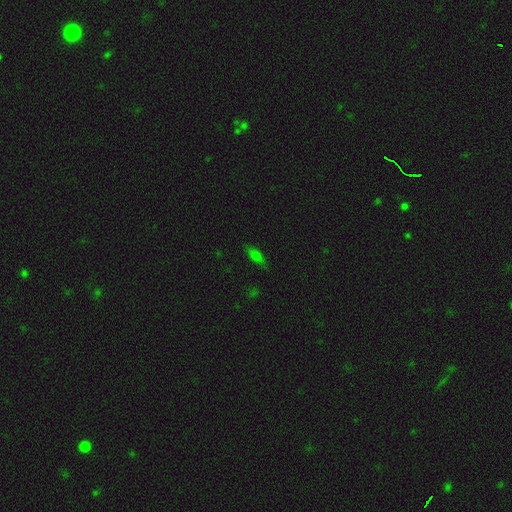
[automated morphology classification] Smooth or featured? Predicted: smooth (p=0.63). How rounded? Predicted: in between (p=0.63). Merging? Predicted: none (p=0.81).